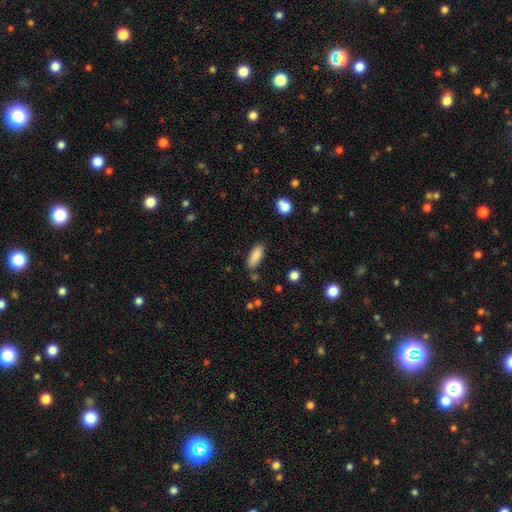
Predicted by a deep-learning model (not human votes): smooth 87%, star or artifact 7%, featured or disk 5%. Down the decision tree: how rounded — in between (78%); merging — none (81%).